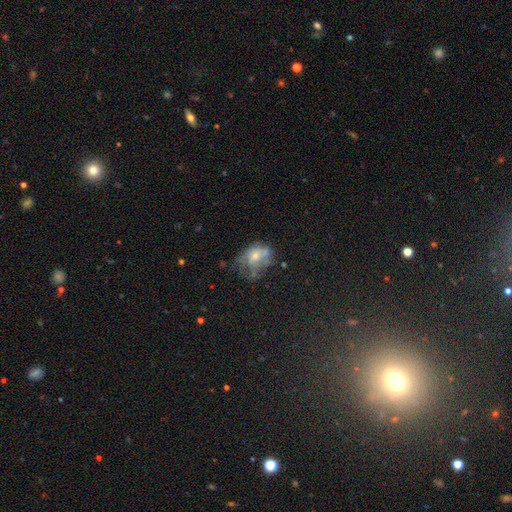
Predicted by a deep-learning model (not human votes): Q: Smooth or featured?
A: featured or disk (44%); tied with: smooth (44%)
Q: Merging?
A: none (34%); runner-up: major disturbance (33%)